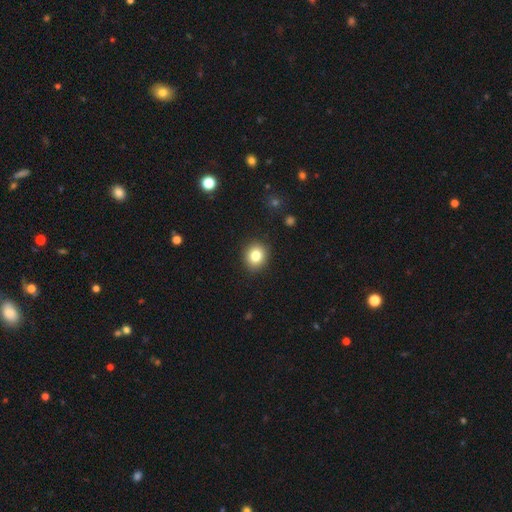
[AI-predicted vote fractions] Smooth or featured? Predicted: smooth (p=0.82). How rounded? Predicted: round (p=0.80). Merging? Predicted: none (p=0.90).